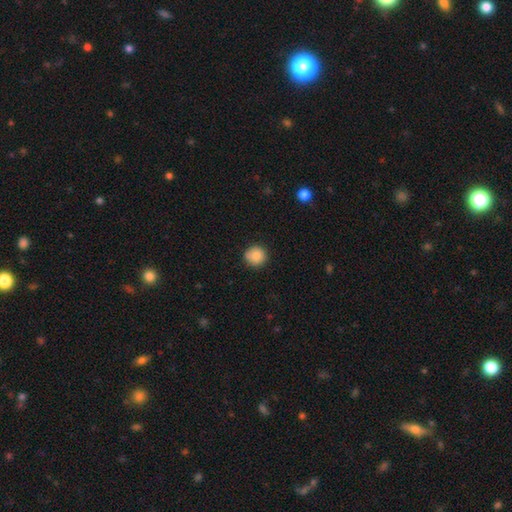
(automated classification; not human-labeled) This is clearly a smooth galaxy (86%). How rounded: clearly round (94%). Merging: clearly none (86%).